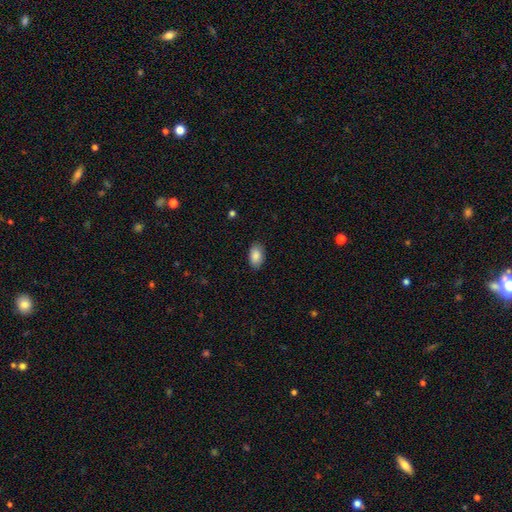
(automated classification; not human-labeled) smooth-or-featured: smooth: 88% | star or artifact: 7% | featured or disk: 5%
  how-rounded: in between: 93% | round: 6% | cigar-shaped: 2%
  merging: none: 88% | minor disturbance: 9% | major disturbance: 2% | merger: 1%